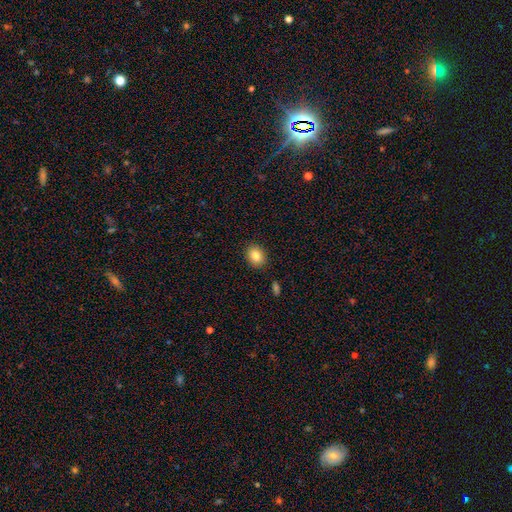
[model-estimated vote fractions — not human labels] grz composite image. It shows a smooth galaxy with no disk features (84%) that is in between round and cigar-shaped (61%). Merging: none (89%).